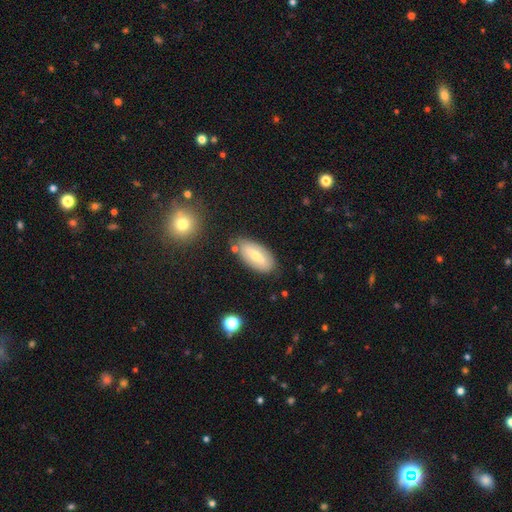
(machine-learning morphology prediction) Overall: smooth (54%; featured or disk 39%). How rounded: in between (87%). Merging: none (78%).